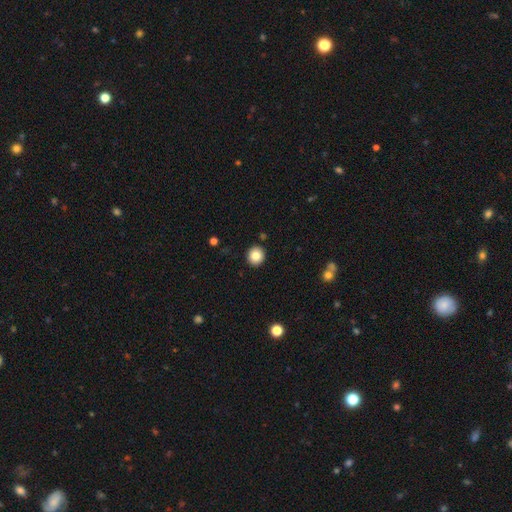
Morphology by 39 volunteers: smooth 82%, star or artifact 10%, featured or disk 8%. Down the decision tree: how rounded — round (81%); merging — none (94%).